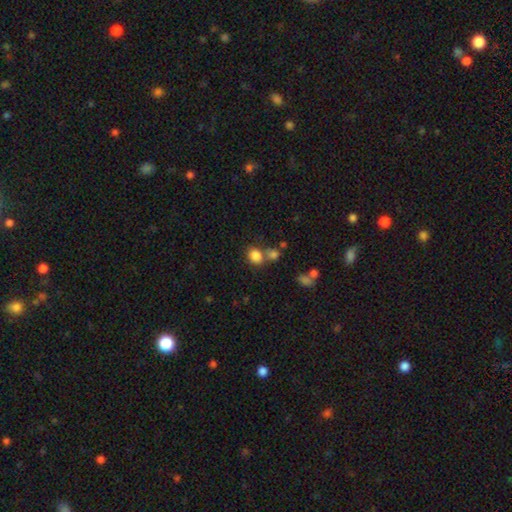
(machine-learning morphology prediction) Smooth or featured: smooth — 82% (star or artifact — 12%)
How rounded: round — 63% (in between — 36%)
Merging: none — 55% (merger — 29%)